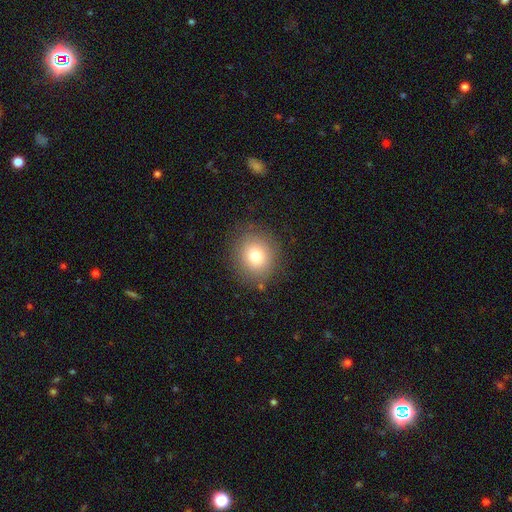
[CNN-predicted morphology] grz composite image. It shows a smooth galaxy with no disk features (77%) that is round (84%). Merging: none (85%).